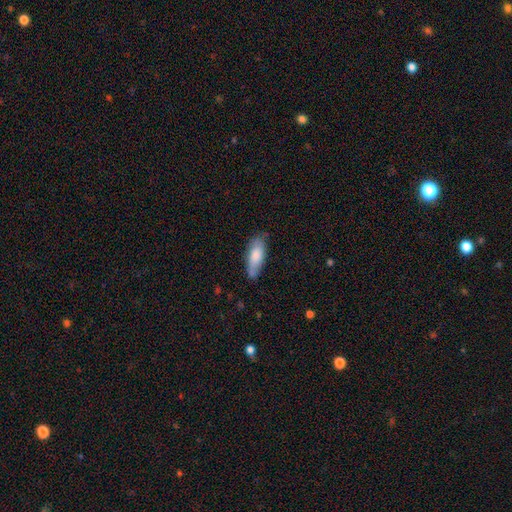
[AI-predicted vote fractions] smooth 77%, featured or disk 17%, star or artifact 6%. Down the decision tree: how rounded — in between (68%); merging — none (67%).